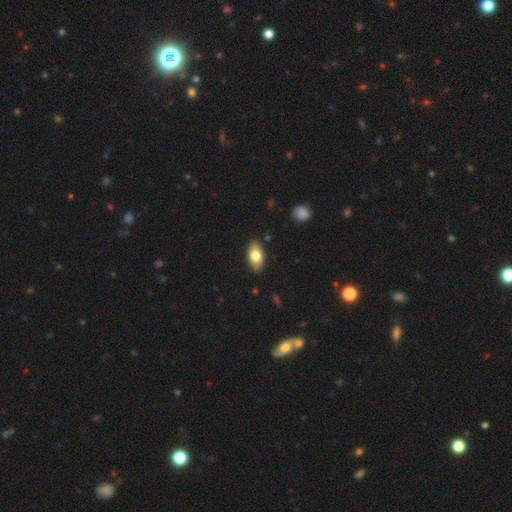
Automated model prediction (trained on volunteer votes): smooth 74%, featured or disk 19%, star or artifact 7%. Down the decision tree: how rounded — in between (91%); merging — none (87%).